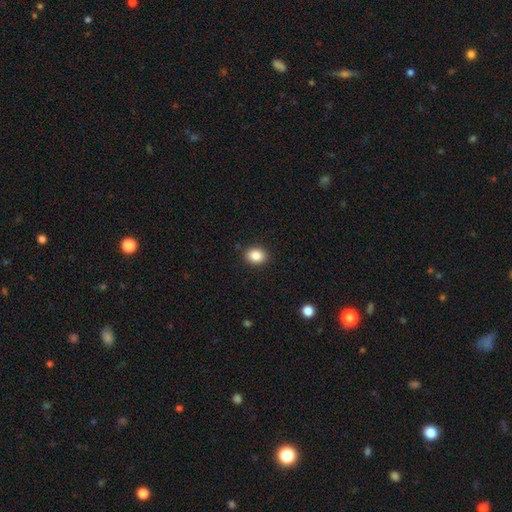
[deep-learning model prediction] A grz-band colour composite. It shows a smooth galaxy with no disk features (87%) that is in between round and cigar-shaped (52%). Merging: none (90%).